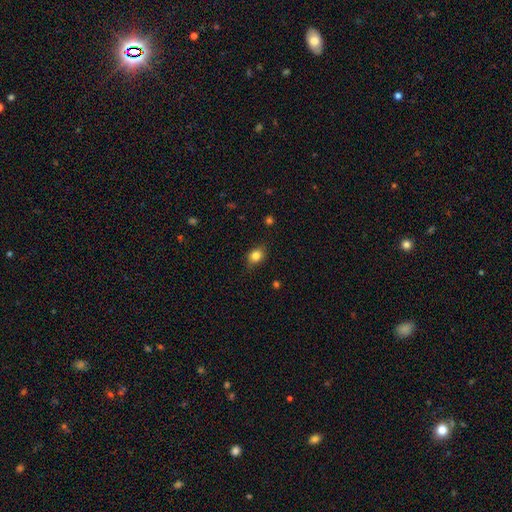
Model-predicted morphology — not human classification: Smooth or featured: smooth — 82% (star or artifact — 10%)
How rounded: in between — 53% (round — 46%)
Merging: none — 78% (minor disturbance — 17%)